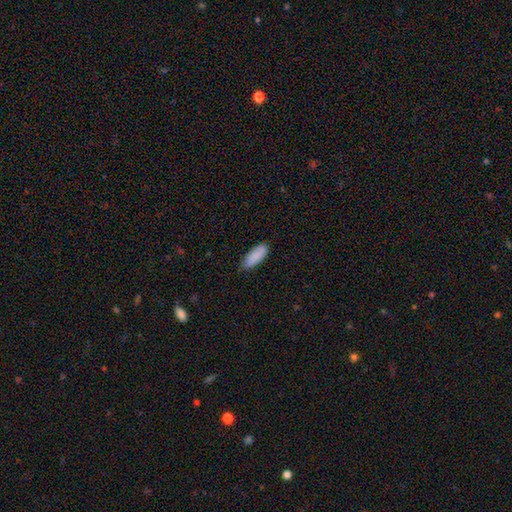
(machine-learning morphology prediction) A smooth galaxy with no disk features (90%) that is in between round and cigar-shaped (73%).

Vote fractions:
- Smooth or featured? smooth: 90% / star or artifact: 6% / featured or disk: 4%
- How rounded? in between: 73% / cigar-shaped: 25% / round: 2%
- Merging? none: 83% / minor disturbance: 14% / major disturbance: 2% / merger: 1%